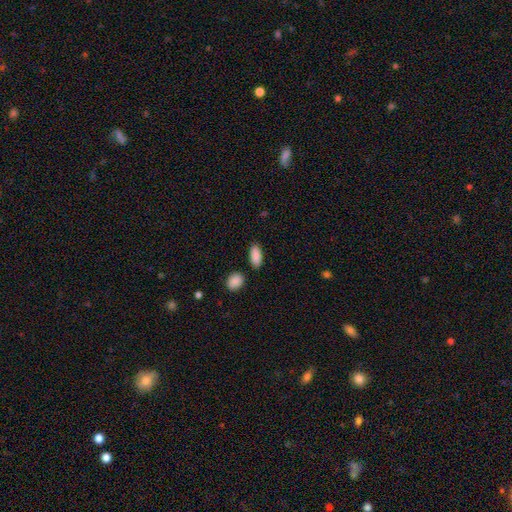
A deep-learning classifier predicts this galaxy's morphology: Smooth or featured? smooth (90%)
How rounded? in between (88%)
Merging? none (84%)